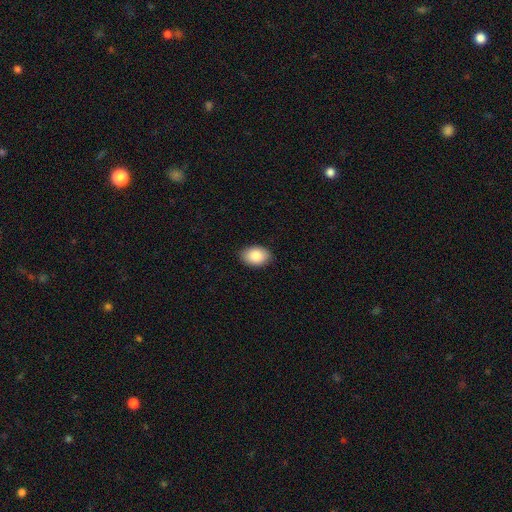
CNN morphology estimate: Smooth or featured?
  - smooth: 86% *
  - star or artifact: 7%
  - featured or disk: 7%
How rounded?
  - in between: 85% *
  - round: 14%
  - cigar-shaped: 1%
Merging?
  - none: 88% *
  - minor disturbance: 9%
  - major disturbance: 2%
  - merger: 1%